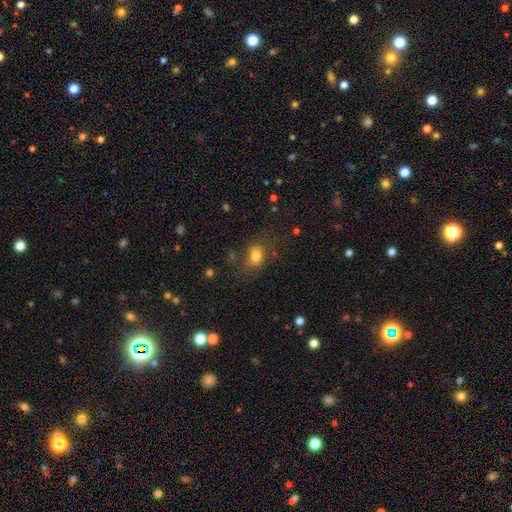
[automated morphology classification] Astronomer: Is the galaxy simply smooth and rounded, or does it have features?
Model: smooth — 78%.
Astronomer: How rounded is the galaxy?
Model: in between — 56% (runner-up: round, 42%).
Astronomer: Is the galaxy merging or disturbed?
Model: none — 69%.